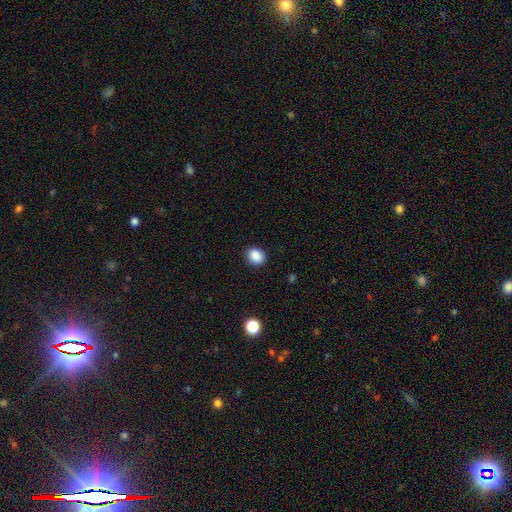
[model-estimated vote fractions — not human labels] smooth 87%, star or artifact 9%, featured or disk 3%. Down the decision tree: how rounded — round (61%); merging — none (89%).